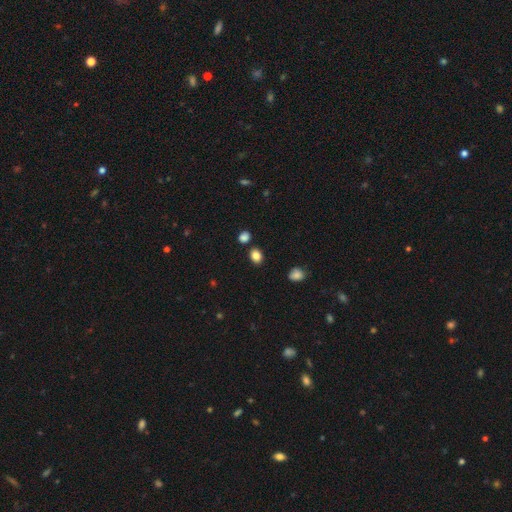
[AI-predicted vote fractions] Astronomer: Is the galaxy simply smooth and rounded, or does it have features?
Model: smooth — 85%.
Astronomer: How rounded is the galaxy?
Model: in between — 54% (runner-up: round, 45%).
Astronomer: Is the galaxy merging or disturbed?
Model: none — 82%.